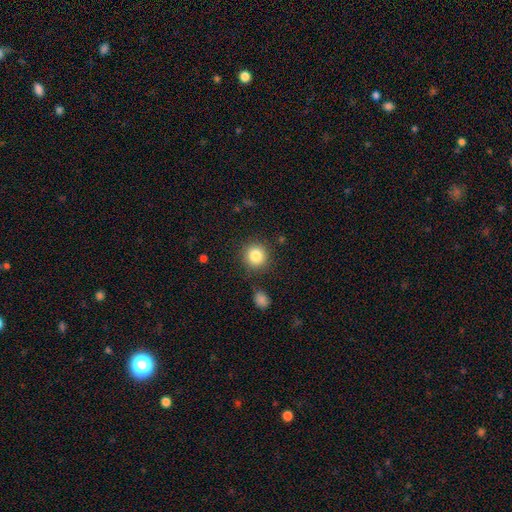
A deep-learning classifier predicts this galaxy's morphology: type=smooth (84%); roundness=round (92%); merging=none (86%).